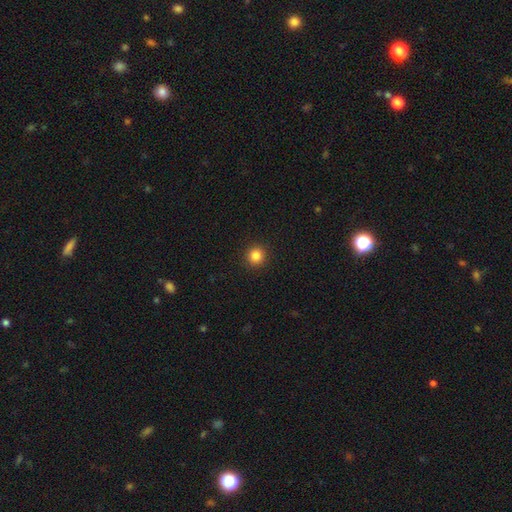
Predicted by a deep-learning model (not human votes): smooth-or-featured: smooth: 84% | star or artifact: 11% | featured or disk: 4%
  how-rounded: round: 94% | in between: 5% | cigar-shaped: 1%
  merging: none: 93% | minor disturbance: 5% | major disturbance: 2% | merger: 1%